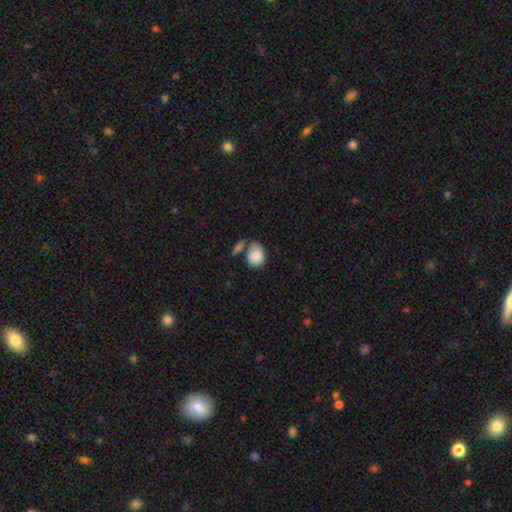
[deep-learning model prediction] The model was most divided on "merging": none: 46%, merger: 27%, minor disturbance: 19%, major disturbance: 8%. More confident: smooth or featured — smooth (86%); how rounded — in between (65%).